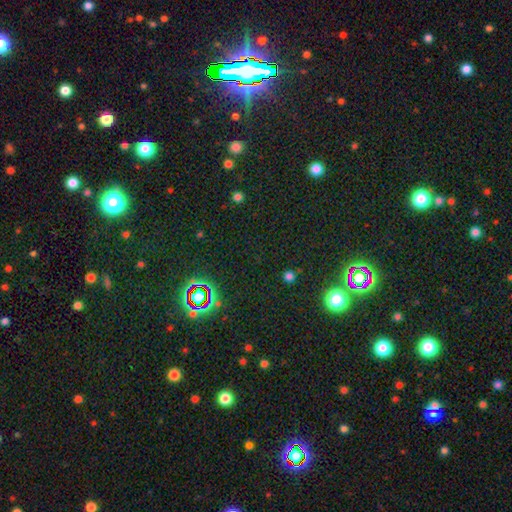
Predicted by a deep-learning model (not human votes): smooth_or_featured: star or artifact (p=0.75) [alt: smooth p=0.16]